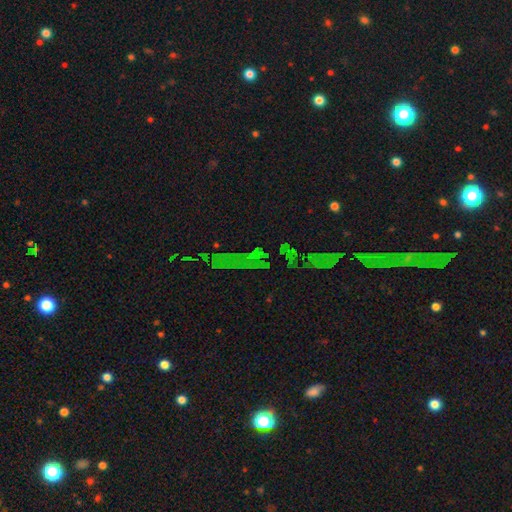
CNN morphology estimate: star or artifact 72%, smooth 15%, featured or disk 13%.